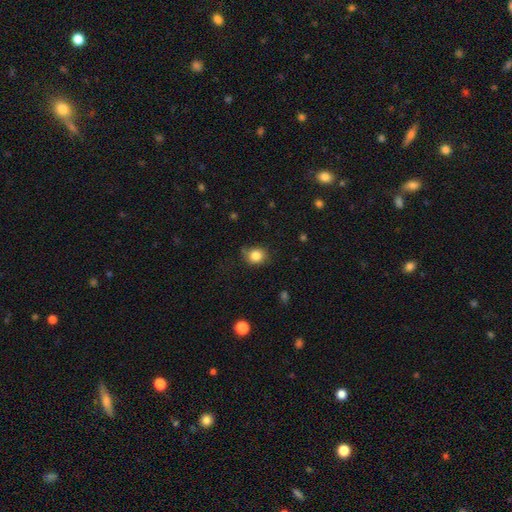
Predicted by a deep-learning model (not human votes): Smooth or featured? Predicted: smooth (p=0.83). How rounded? Predicted: round (p=0.75). Merging? Predicted: none (p=0.76).